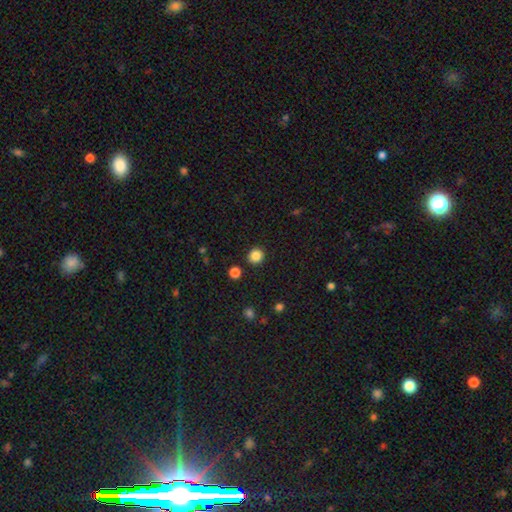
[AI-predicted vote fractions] smooth-or-featured: smooth: 85% | star or artifact: 11% | featured or disk: 4%
  how-rounded: round: 89% | in between: 10% | cigar-shaped: 1%
  merging: none: 91% | minor disturbance: 5% | merger: 2% | major disturbance: 2%